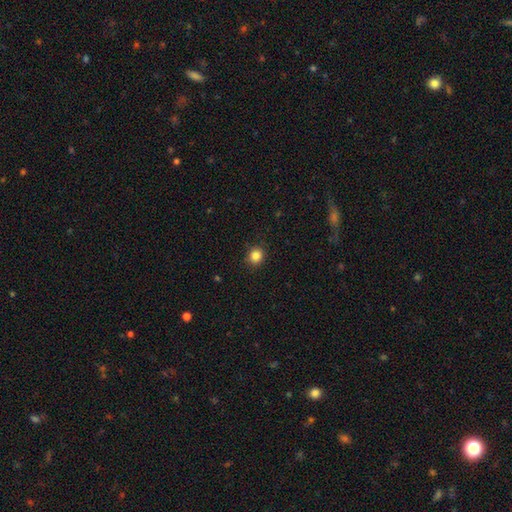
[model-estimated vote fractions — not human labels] A smooth galaxy with no disk features (85%) that is round (86%). Merging: none (89%).